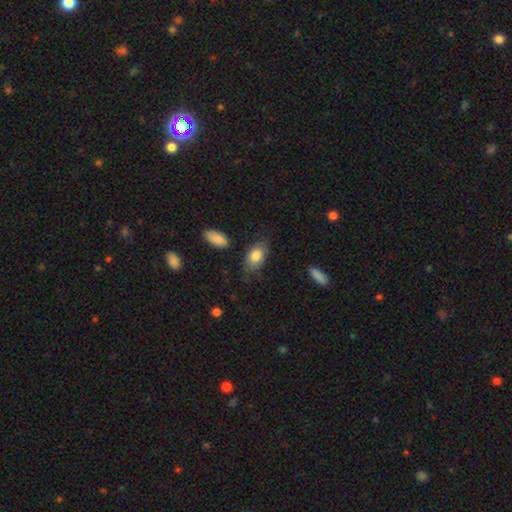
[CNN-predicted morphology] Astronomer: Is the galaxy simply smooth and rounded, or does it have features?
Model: smooth — 81%.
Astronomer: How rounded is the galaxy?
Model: in between — 91%.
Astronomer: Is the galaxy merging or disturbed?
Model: none — 71%.